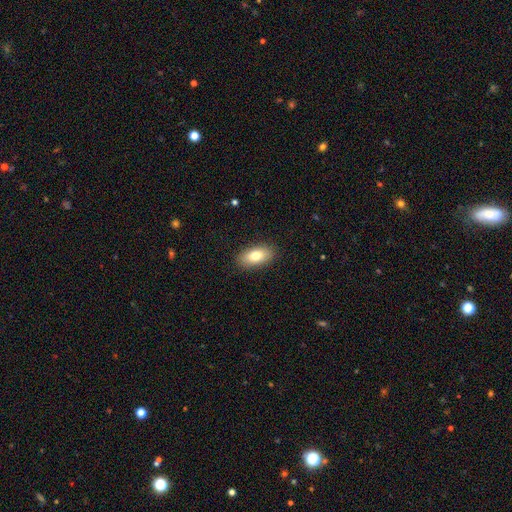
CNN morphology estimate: Overall: smooth (78%). How rounded: in between (90%). Merging: none (89%).